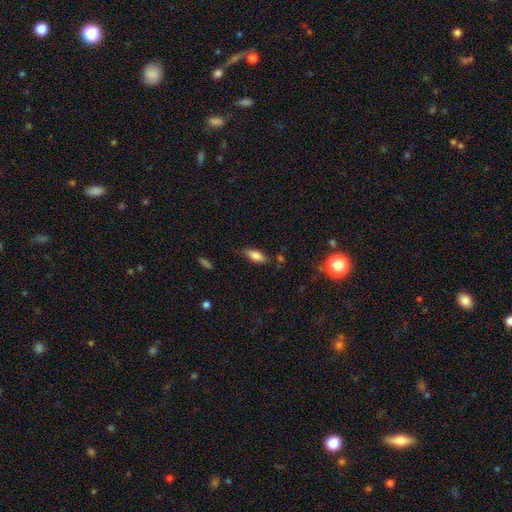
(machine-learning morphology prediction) Q: Smooth or featured?
A: smooth (77%); runner-up: featured or disk (15%)
Q: How rounded?
A: in between (75%); runner-up: cigar-shaped (23%)
Q: Merging?
A: none (76%); runner-up: minor disturbance (17%)